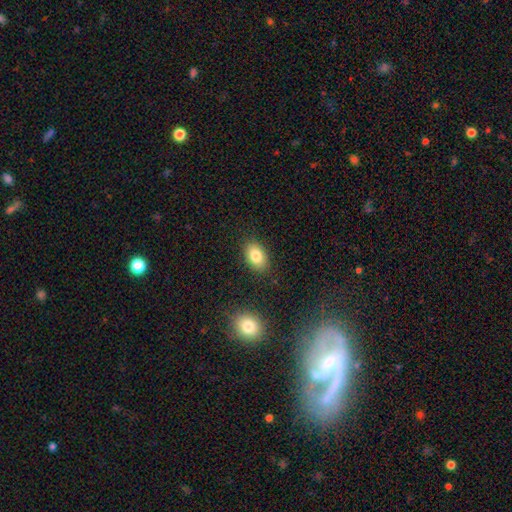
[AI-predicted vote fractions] smooth 82%, featured or disk 9%, star or artifact 9%. Down the decision tree: how rounded — in between (87%); merging — none (86%).